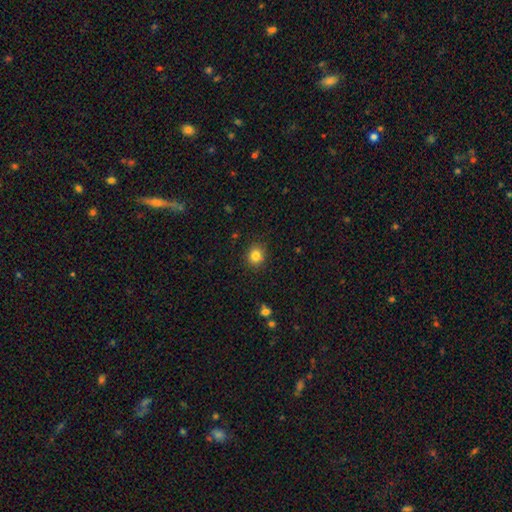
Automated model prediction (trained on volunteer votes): Morphology: type=smooth (83%); roundness=round (83%); merging=none (87%).